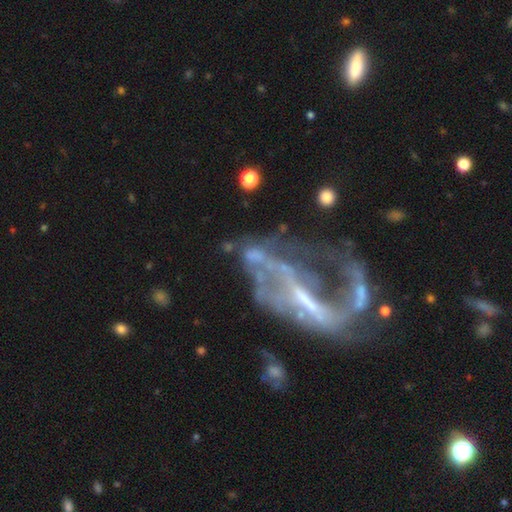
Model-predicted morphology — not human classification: This is possibly a featured or disk galaxy (52%). It is clearly not viewed edge-on (90%). Merging: marginally major disturbance (34%).